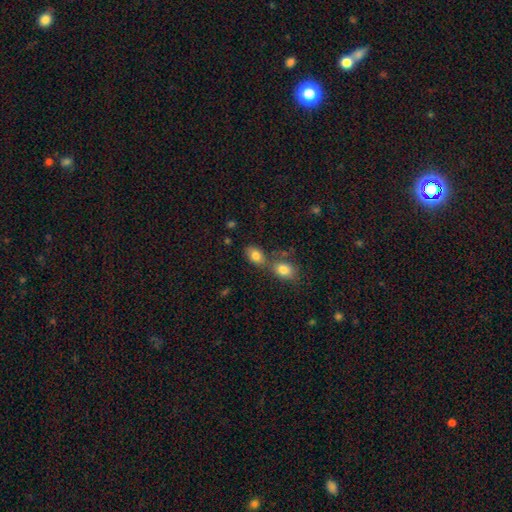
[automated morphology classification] Smooth or featured? smooth (81%)
How rounded? in between (82%)
Merging? none (47%)